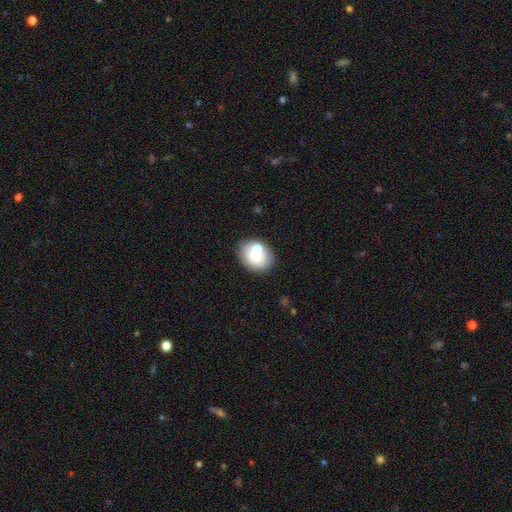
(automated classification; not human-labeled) This is likely a smooth galaxy (71%). How rounded: possibly in between (50%). Merging: likely none (66%).